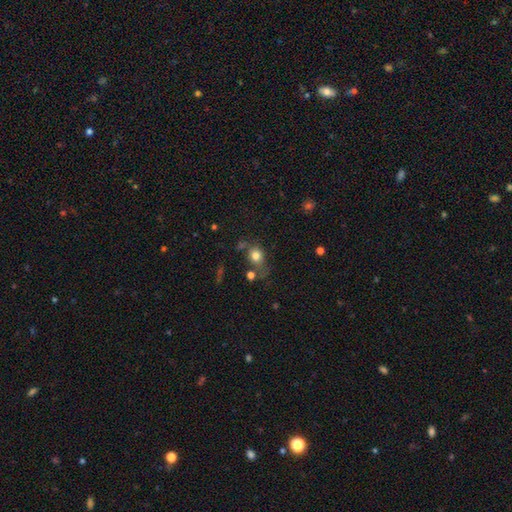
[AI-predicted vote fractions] This appears to be a smooth galaxy with no disk features (78%) that is round (59%). Merging: none (52%).